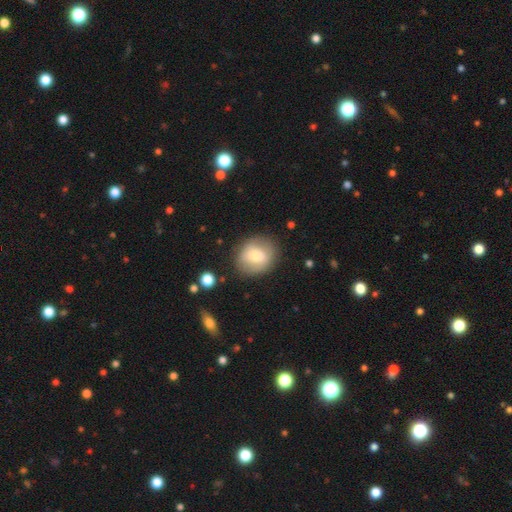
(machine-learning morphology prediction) smooth-or-featured: smooth: 65% | featured or disk: 27% | star or artifact: 8%
  how-rounded: round: 70% | in between: 29% | cigar-shaped: 1%
  merging: none: 81% | minor disturbance: 13% | major disturbance: 5% | merger: 2%